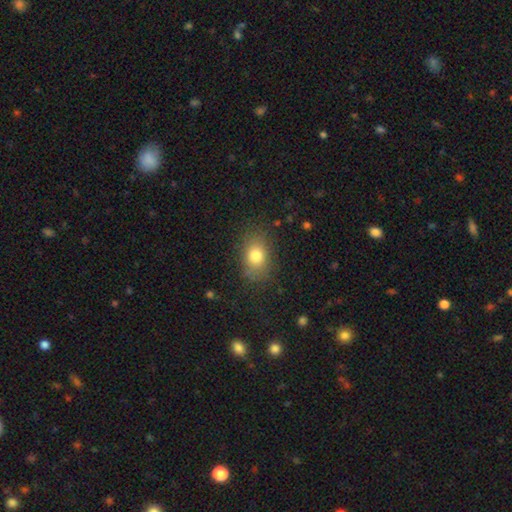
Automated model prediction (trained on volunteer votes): Smooth or featured?
  - smooth: 78% *
  - featured or disk: 11%
  - star or artifact: 11%
How rounded?
  - in between: 70% *
  - round: 29%
  - cigar-shaped: 1%
Merging?
  - none: 80% *
  - minor disturbance: 13%
  - major disturbance: 5%
  - merger: 1%